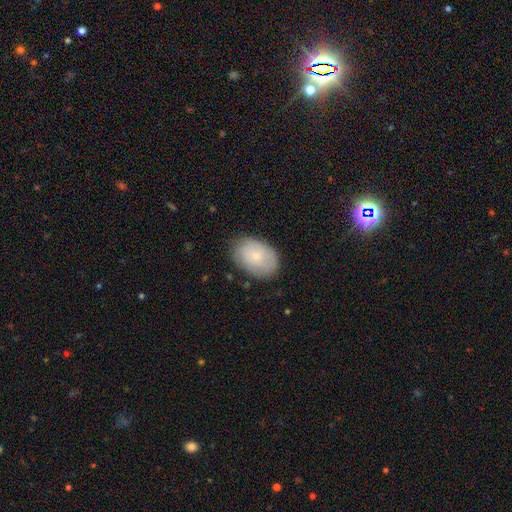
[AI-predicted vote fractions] This is likely a smooth galaxy (71%). How rounded: clearly in between (82%). Merging: likely none (80%).